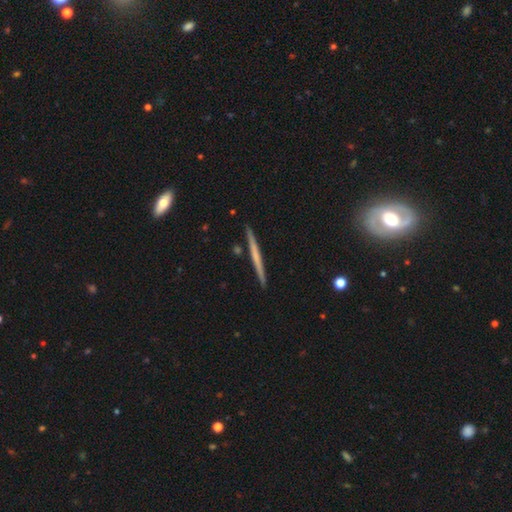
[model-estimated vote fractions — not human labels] Smooth or featured?
  - featured or disk: 52% *
  - smooth: 43%
  - star or artifact: 5%
Edge-on disk?
  - yes: 98% *
  - no: 2%
Edge-on bulge?
  - none: 86% *
  - rounded: 10%
  - boxy: 5%
Merging?
  - none: 91% *
  - minor disturbance: 6%
  - merger: 2%
  - major disturbance: 1%